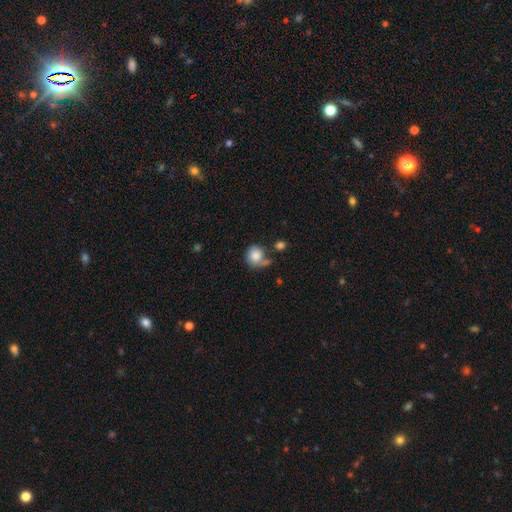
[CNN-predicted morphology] This appears to be a smooth galaxy with no disk features (82%) that is round (83%). Merging: none (48%).